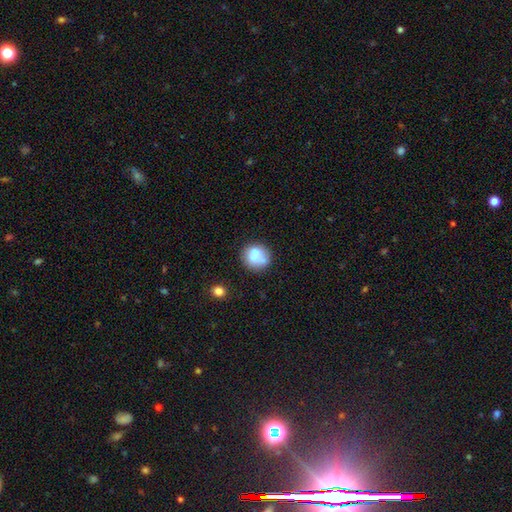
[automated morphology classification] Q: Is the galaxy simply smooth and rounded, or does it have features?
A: smooth — 75%.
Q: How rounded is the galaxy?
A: round — 82%.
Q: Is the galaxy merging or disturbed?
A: none — 60%.